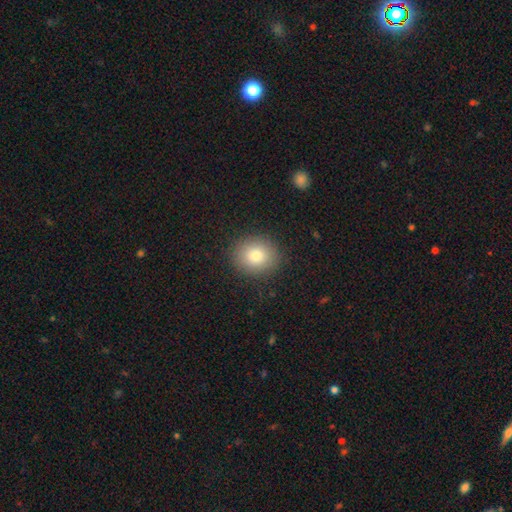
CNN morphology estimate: This is clearly a smooth galaxy (80%). How rounded: likely round (73%). Merging: clearly none (89%).